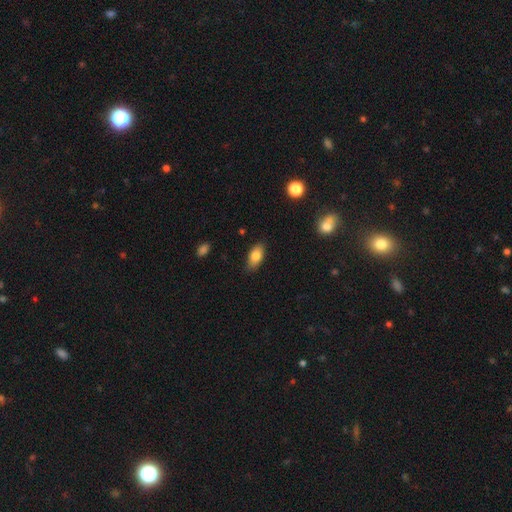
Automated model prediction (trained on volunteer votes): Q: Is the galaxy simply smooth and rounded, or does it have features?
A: smooth — 80%.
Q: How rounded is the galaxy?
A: in between — 89%.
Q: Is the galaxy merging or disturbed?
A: none — 84%.